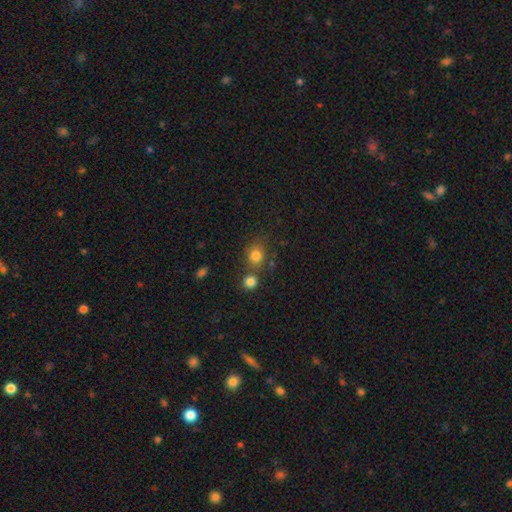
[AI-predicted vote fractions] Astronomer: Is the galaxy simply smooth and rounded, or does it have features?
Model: smooth — 80%.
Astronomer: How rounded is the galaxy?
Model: round — 76%.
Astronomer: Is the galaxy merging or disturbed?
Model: none — 61%.